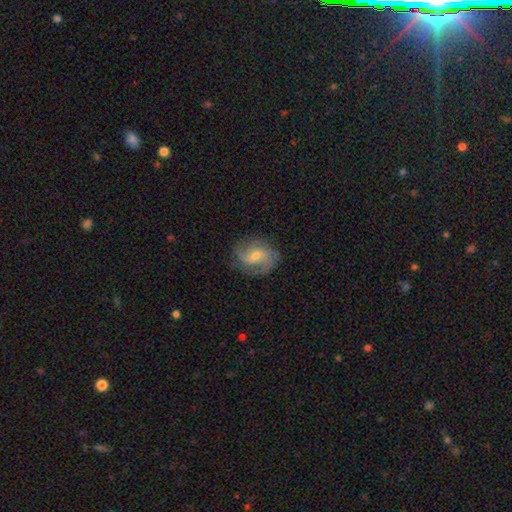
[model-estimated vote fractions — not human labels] featured or disk 75%, smooth 18%, star or artifact 6%. Down the decision tree: edge-on disk — no (97%); bar — weak (51%); spiral arms — yes (94%); spiral arm count — 2 (58%); spiral winding — medium (47%); bulge size — small (49%); merging — none (72%).